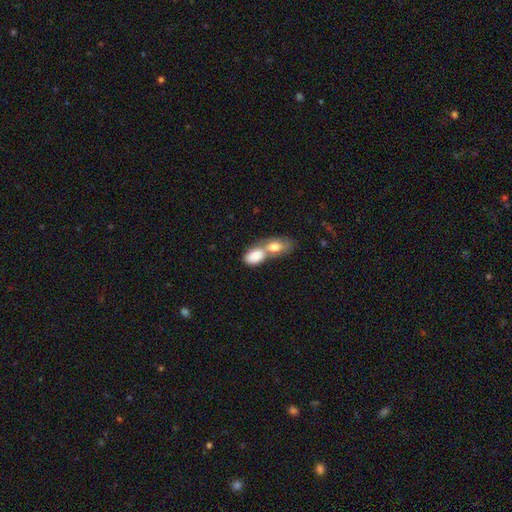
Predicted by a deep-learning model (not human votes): Smooth or featured? smooth (81%)
How rounded? in between (89%)
Merging? merger (74%)